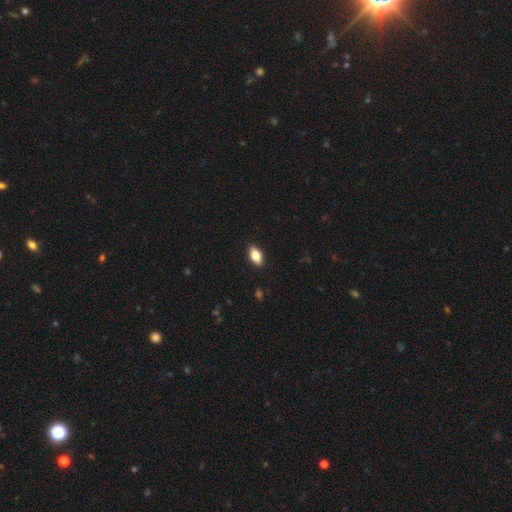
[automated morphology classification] The model was most divided on "smooth or featured": smooth: 82%, featured or disk: 11%, star or artifact: 7%. More confident: how rounded — in between (90%); merging — none (90%).